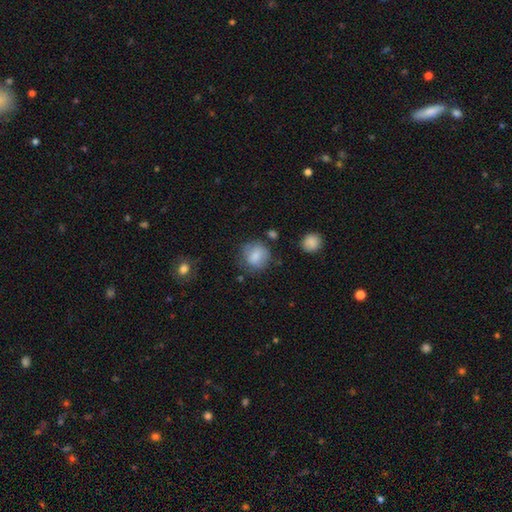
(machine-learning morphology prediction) type=smooth (78%); roundness=round (78%); merging=none (67%).